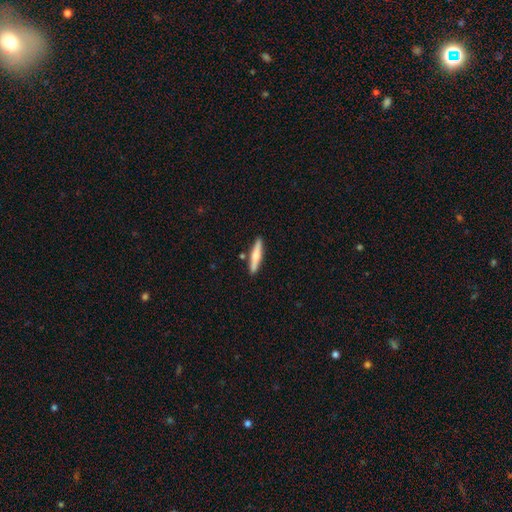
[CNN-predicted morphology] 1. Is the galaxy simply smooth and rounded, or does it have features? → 57% smooth, 38% featured or disk, 5% star or artifact.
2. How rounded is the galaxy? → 87% cigar-shaped, 12% in between, 2% round.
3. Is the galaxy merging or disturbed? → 85% none, 9% minor disturbance, 4% merger, 2% major disturbance.